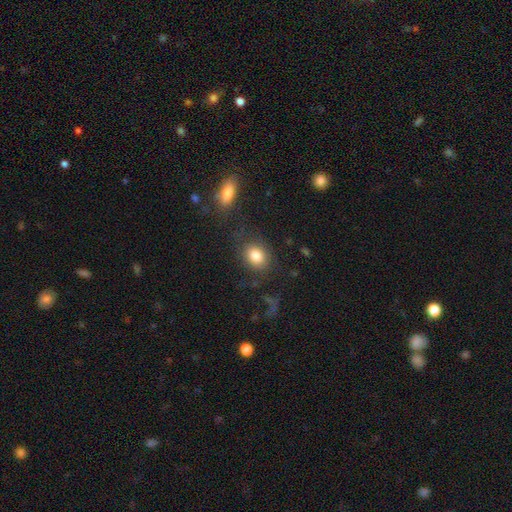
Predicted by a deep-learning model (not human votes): A smooth galaxy with no disk features (83%) that is in between round and cigar-shaped (55%). Merging: none (76%).